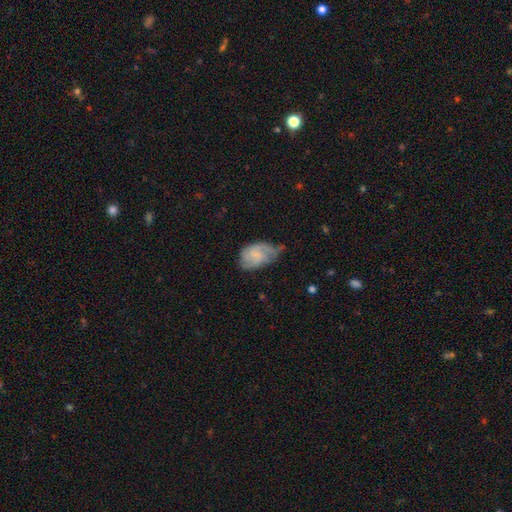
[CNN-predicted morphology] This is possibly a featured or disk galaxy (48%). Merging: marginally minor disturbance (41%).